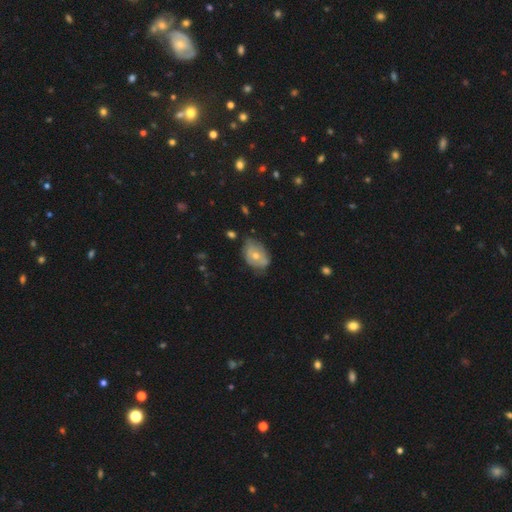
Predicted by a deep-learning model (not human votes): Smooth or featured? smooth (50%)
Merging? none (53%)